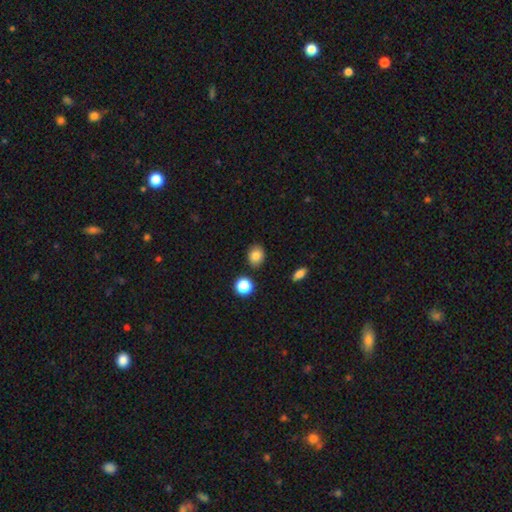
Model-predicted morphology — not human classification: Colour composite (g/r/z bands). It shows a smooth galaxy with no disk features (83%) that is round (54%). Merging: none (84%).